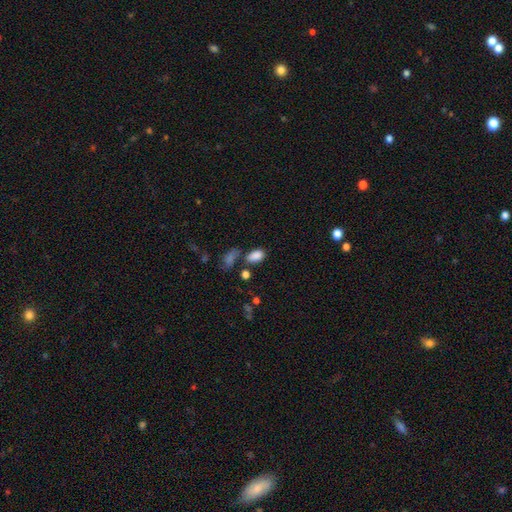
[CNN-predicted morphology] smooth-or-featured: smooth: 84% | star or artifact: 10% | featured or disk: 6%
  how-rounded: in between: 90% | round: 8% | cigar-shaped: 2%
  merging: none: 53% | minor disturbance: 19% | merger: 19% | major disturbance: 9%